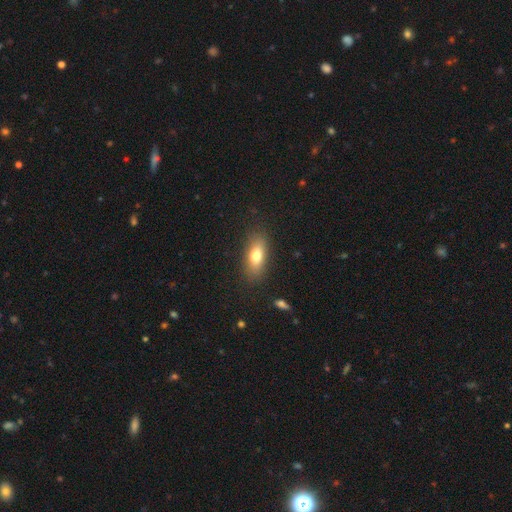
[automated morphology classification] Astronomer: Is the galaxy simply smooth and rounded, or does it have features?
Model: smooth — 74%.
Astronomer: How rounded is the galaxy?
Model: in between — 77%.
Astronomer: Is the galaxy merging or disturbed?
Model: none — 85%.